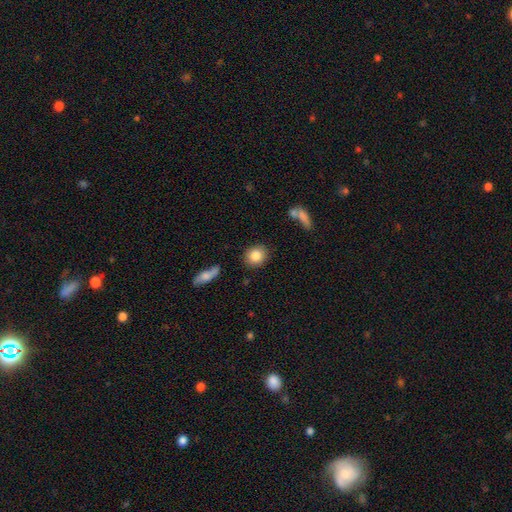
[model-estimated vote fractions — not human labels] smooth_or_featured: smooth (p=0.84) [alt: star or artifact p=0.08]
how_rounded: round (p=0.75) [alt: in between p=0.23]
merging: none (p=0.87) [alt: minor disturbance p=0.08]